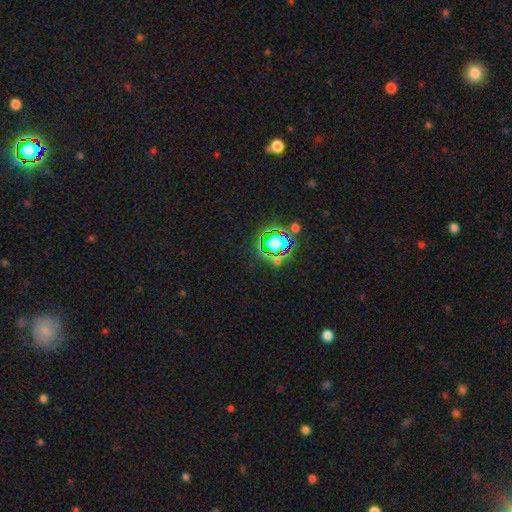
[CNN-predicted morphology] type=star or artifact (81%).